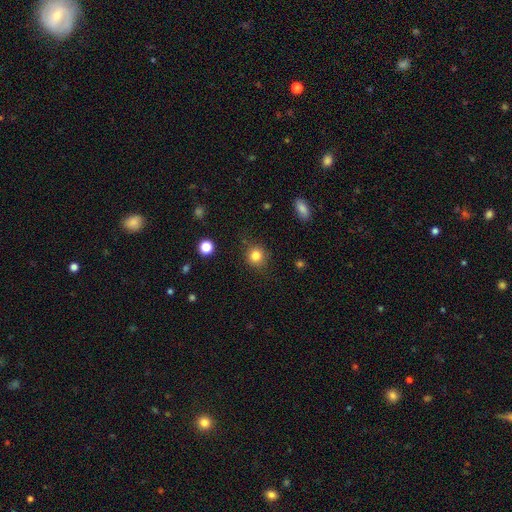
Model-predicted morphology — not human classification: Smooth or featured? Predicted: smooth (p=0.83). How rounded? Predicted: round (p=0.88). Merging? Predicted: none (p=0.83).